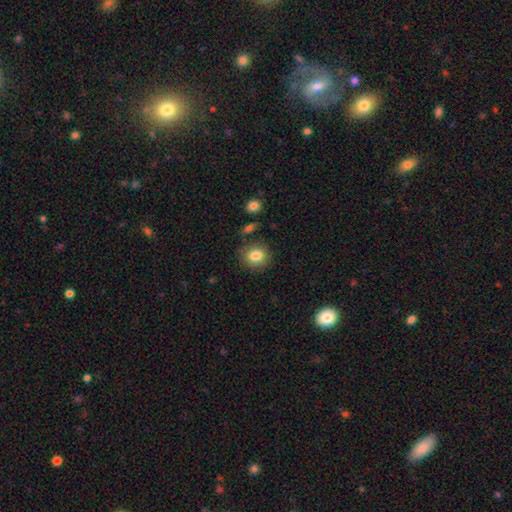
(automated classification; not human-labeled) This is clearly a smooth galaxy (83%). How rounded: likely round (78%). Merging: clearly none (83%).